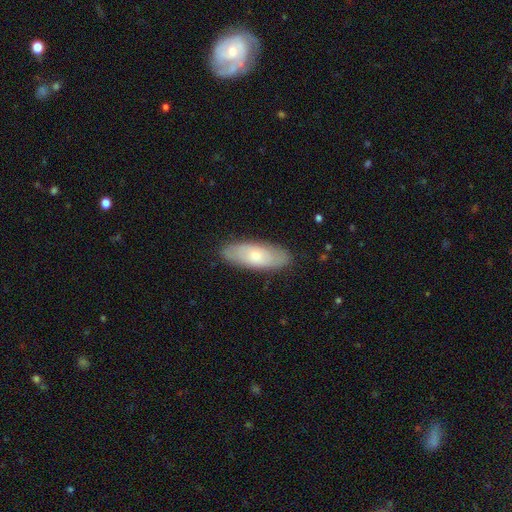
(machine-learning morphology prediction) smooth-or-featured: smooth: 63% | featured or disk: 32% | star or artifact: 6%
  how-rounded: in between: 72% | cigar-shaped: 26% | round: 2%
  merging: none: 86% | minor disturbance: 11% | major disturbance: 2% | merger: 1%